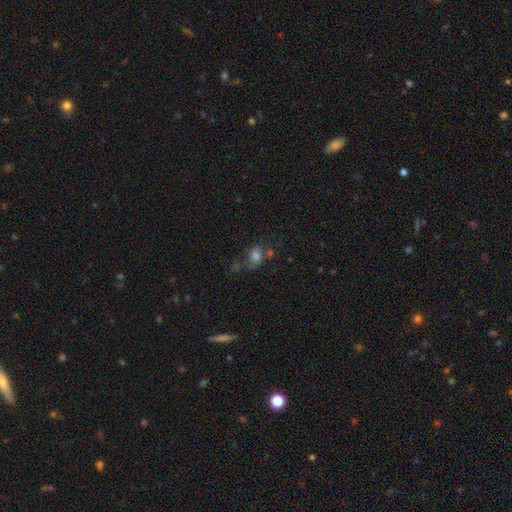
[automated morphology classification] Smooth or featured? Predicted: smooth (p=0.60). How rounded? Predicted: in between (p=0.65). Merging? Predicted: none (p=0.40).